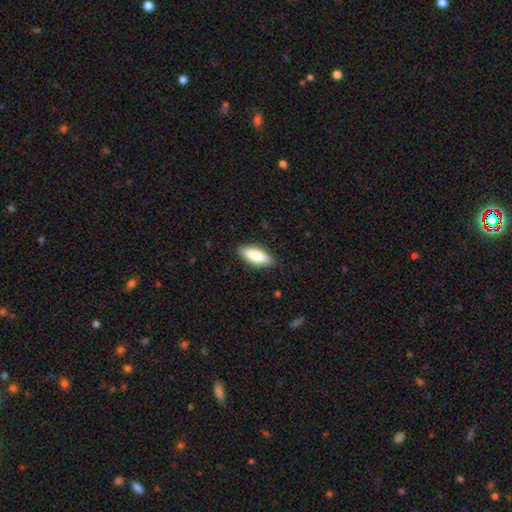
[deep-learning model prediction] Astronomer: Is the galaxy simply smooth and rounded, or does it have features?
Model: smooth — 85%.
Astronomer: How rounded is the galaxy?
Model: in between — 73%.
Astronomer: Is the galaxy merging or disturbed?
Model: none — 88%.